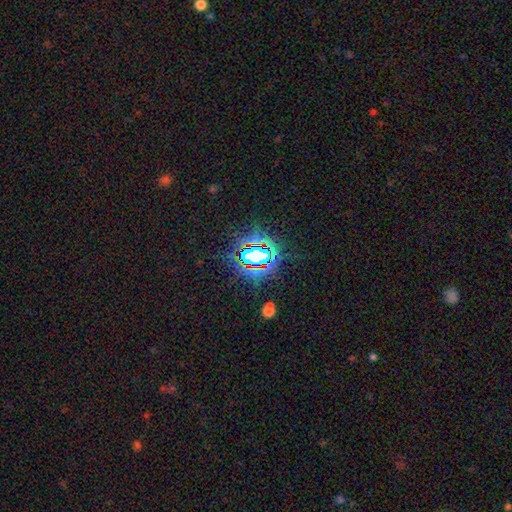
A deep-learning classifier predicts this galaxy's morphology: A star or artifact, not a galaxy (74%).